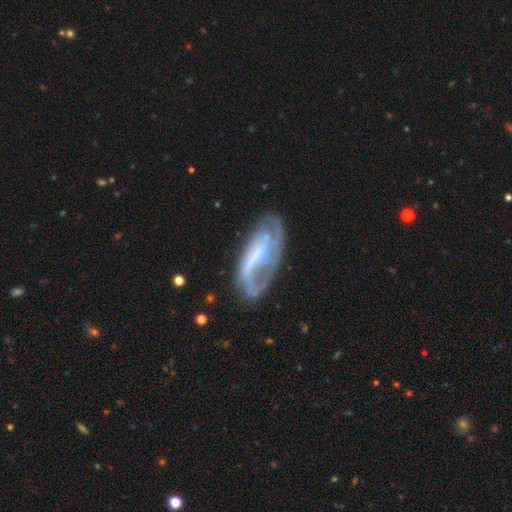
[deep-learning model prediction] Morphology: type=featured or disk (68%); edge-on=no (90%); bar=weak (37%); spiral arms=yes (74%); bulge=small (35%, tied with none); merging=none (52%).